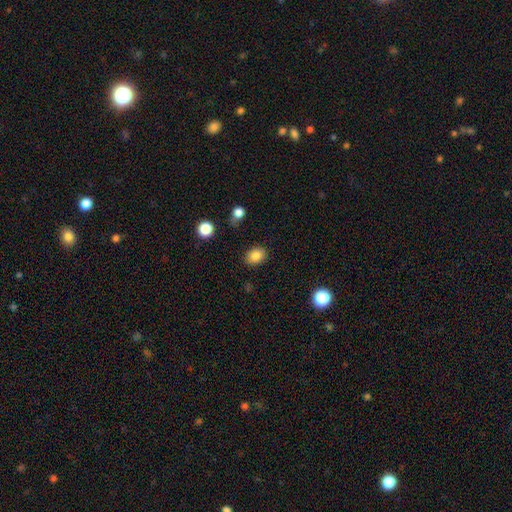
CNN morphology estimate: Q: Smooth or featured?
A: smooth (84%); runner-up: star or artifact (10%)
Q: How rounded?
A: in between (63%); runner-up: round (36%)
Q: Merging?
A: none (86%); runner-up: minor disturbance (10%)